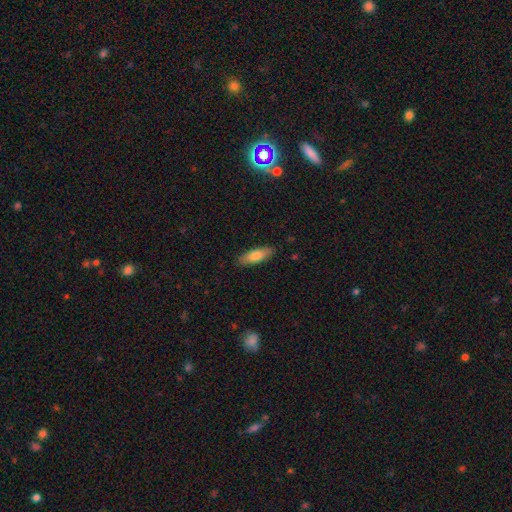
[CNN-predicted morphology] A smooth galaxy with no disk features (78%) that is in between round and cigar-shaped (58%). Merging: none (87%).